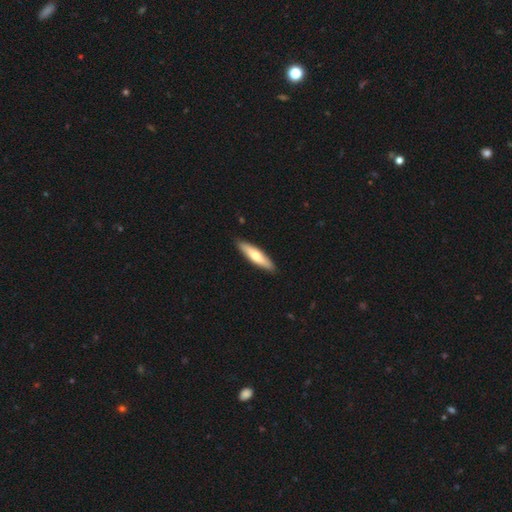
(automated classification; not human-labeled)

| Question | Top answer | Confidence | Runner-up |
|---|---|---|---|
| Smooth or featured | smooth | 60% | featured or disk (35%) |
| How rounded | cigar-shaped | 73% | in between (26%) |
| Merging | none | 90% | minor disturbance (8%) |